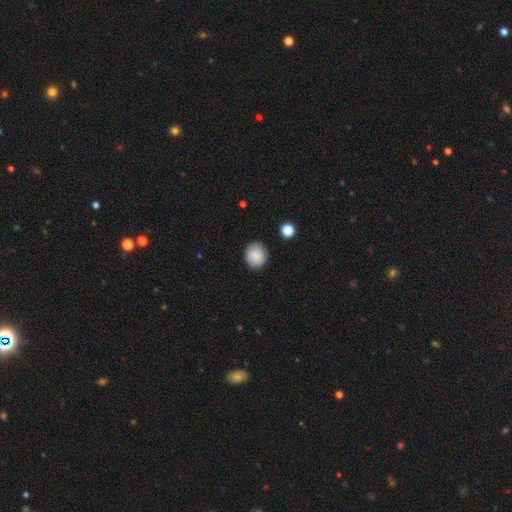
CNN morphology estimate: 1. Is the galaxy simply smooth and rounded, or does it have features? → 86% smooth, 8% star or artifact, 7% featured or disk.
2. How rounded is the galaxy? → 86% round, 13% in between, 1% cigar-shaped.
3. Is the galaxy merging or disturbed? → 87% none, 9% minor disturbance, 2% major disturbance, 1% merger.